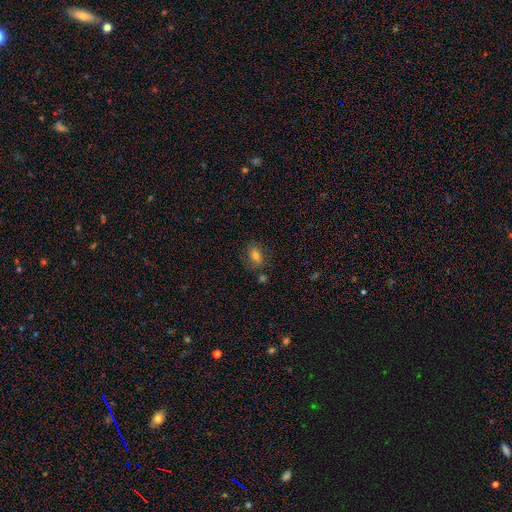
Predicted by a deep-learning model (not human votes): smooth 71%, featured or disk 17%, star or artifact 12%. Down the decision tree: how rounded — in between (74%); merging — none (75%).